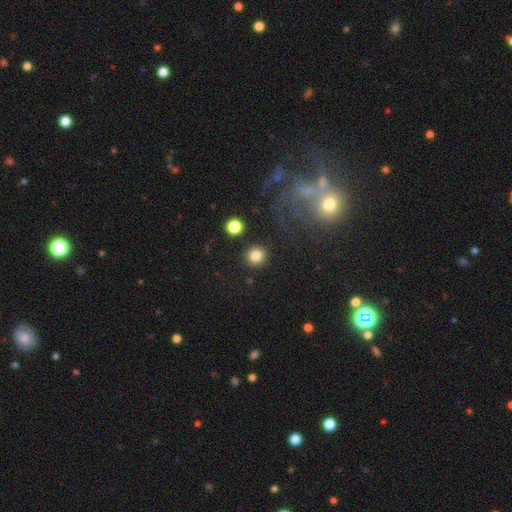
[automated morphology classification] Smooth or featured? smooth (83%)
How rounded? round (93%)
Merging? none (89%)